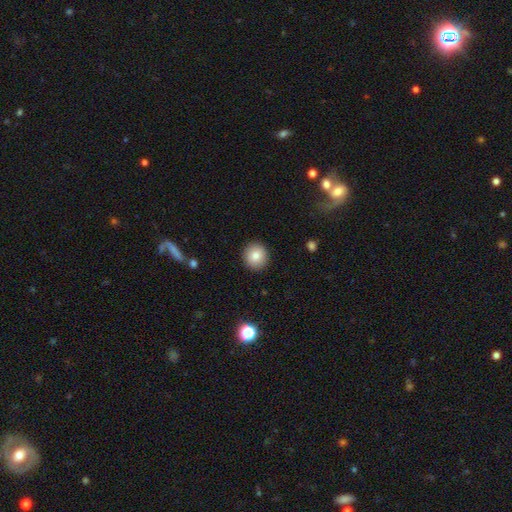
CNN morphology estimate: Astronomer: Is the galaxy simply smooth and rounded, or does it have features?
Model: smooth — 83%.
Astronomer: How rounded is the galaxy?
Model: round — 91%.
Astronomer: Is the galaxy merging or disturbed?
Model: none — 92%.